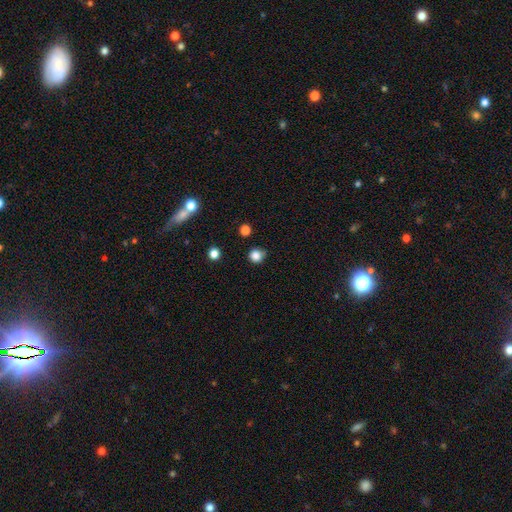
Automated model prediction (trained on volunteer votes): smooth_or_featured: smooth (p=0.83) [alt: star or artifact p=0.13]
how_rounded: round (p=0.90) [alt: in between p=0.09]
merging: none (p=0.76) [alt: minor disturbance p=0.17]